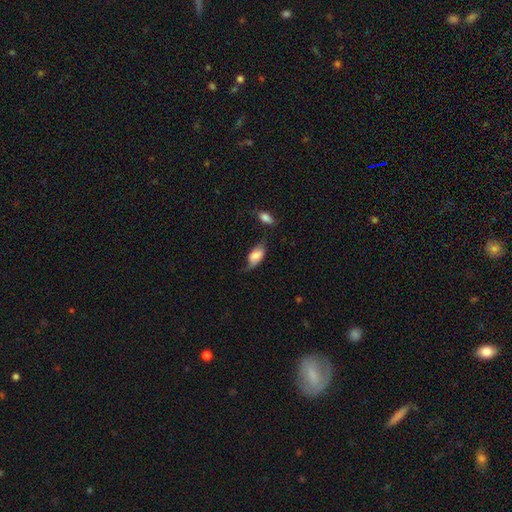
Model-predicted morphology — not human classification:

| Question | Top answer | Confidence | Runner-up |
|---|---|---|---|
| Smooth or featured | smooth | 69% | featured or disk (23%) |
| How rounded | in between | 91% | cigar-shaped (5%) |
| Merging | none | 38% | minor disturbance (36%) |